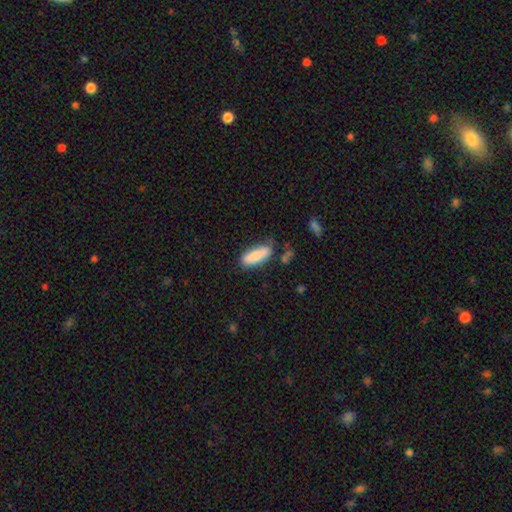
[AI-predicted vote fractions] Smooth or featured: smooth — 83% (featured or disk — 11%)
How rounded: in between — 60% (cigar-shaped — 38%)
Merging: none — 71% (minor disturbance — 20%)